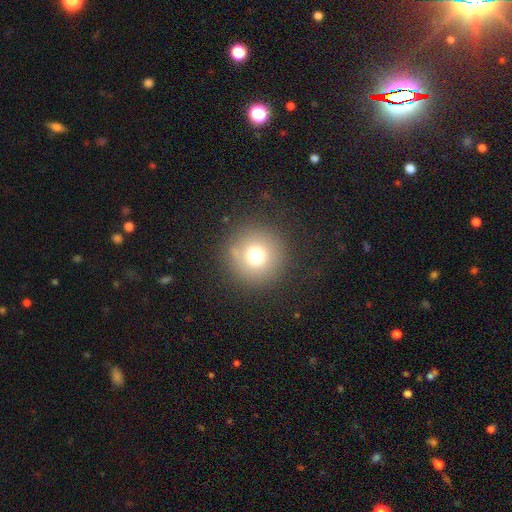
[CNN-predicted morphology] A smooth galaxy with no disk features (72%) that is round (96%).

Vote fractions:
- Smooth or featured? smooth: 72% / star or artifact: 16% / featured or disk: 12%
- How rounded? round: 96% / in between: 3% / cigar-shaped: 1%
- Merging? none: 86% / minor disturbance: 8% / major disturbance: 4% / merger: 2%